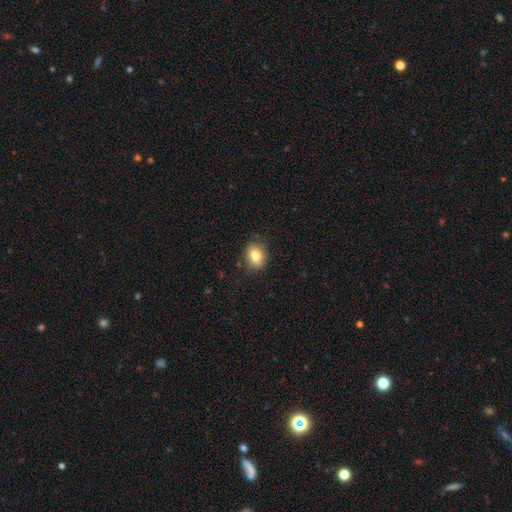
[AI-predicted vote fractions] smooth-or-featured: smooth: 80% | featured or disk: 11% | star or artifact: 9%
  how-rounded: in between: 50% | round: 49% | cigar-shaped: 1%
  merging: none: 83% | minor disturbance: 13% | major disturbance: 3% | merger: 1%